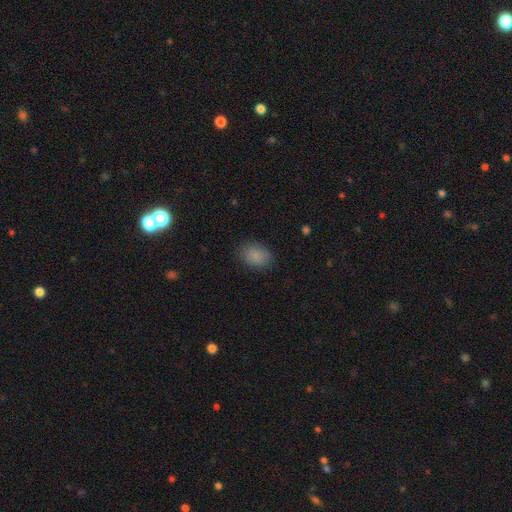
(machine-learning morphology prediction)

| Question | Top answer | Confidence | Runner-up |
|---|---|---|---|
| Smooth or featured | smooth | 87% | star or artifact (8%) |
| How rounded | in between | 78% | round (21%) |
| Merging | none | 84% | minor disturbance (12%) |